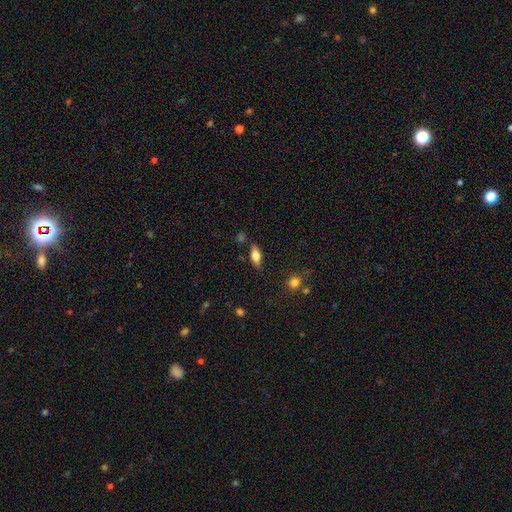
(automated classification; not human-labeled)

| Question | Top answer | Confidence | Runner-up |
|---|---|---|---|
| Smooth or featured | smooth | 63% | featured or disk (29%) |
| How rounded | in between | 77% | cigar-shaped (19%) |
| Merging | none | 81% | minor disturbance (13%) |